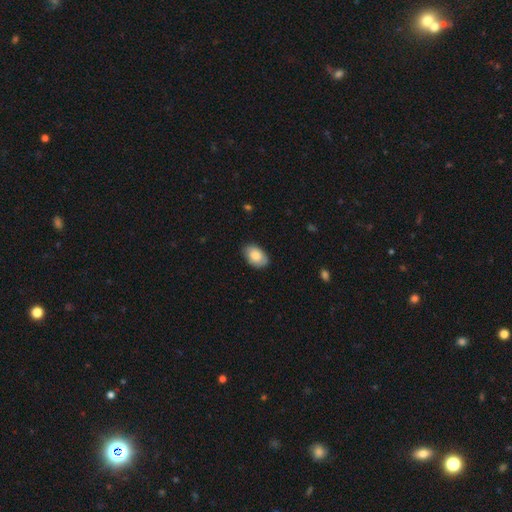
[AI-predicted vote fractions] Morphology: type=smooth (82%); roundness=in between (88%); merging=none (81%).